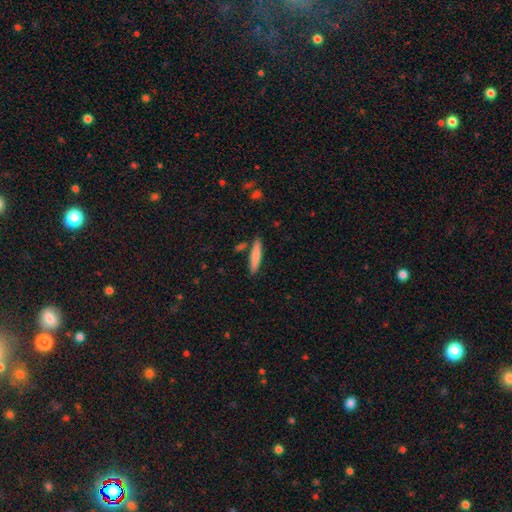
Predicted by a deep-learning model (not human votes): Morphology: type=smooth (79%); roundness=cigar-shaped (87%); merging=none (83%).